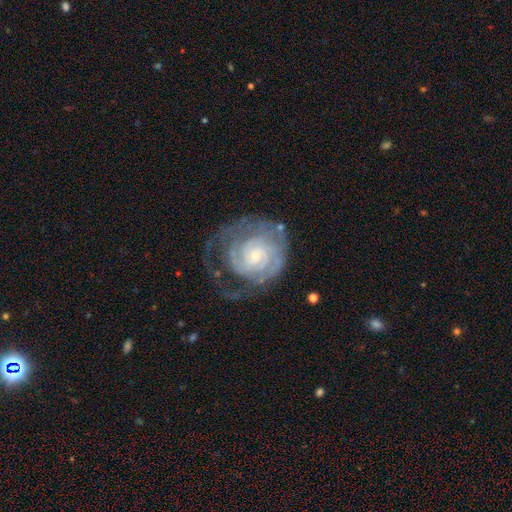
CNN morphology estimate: This appears to be a featured or disk galaxy (86%) with no bar (69%), tight (74%) spiral arms (95%) and a small central bulge (71%). Merging: none (55%).